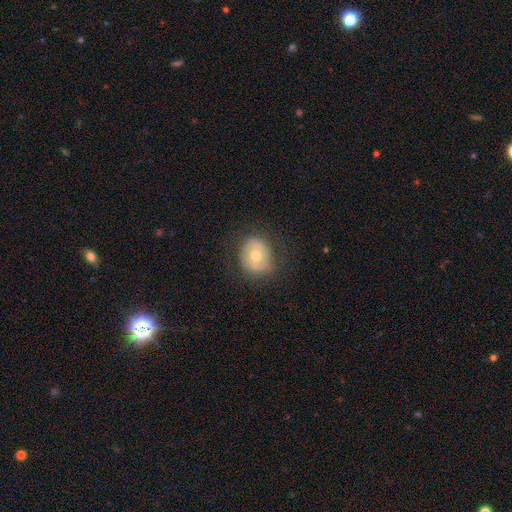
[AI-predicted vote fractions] Smooth or featured? smooth (51%)
How rounded? round (71%)
Merging? none (75%)